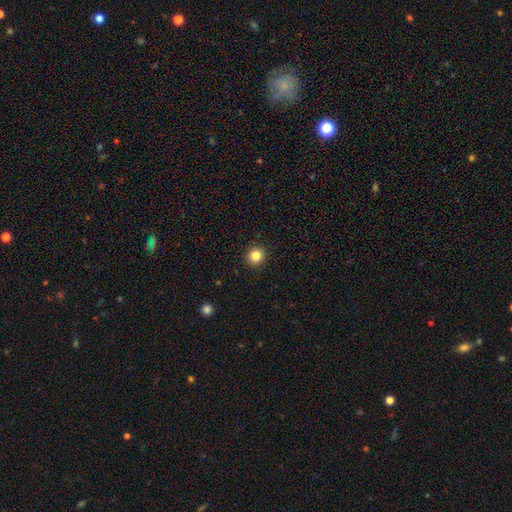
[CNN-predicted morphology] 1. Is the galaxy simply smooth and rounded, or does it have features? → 84% smooth, 11% star or artifact, 5% featured or disk.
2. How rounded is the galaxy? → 89% round, 10% in between, 1% cigar-shaped.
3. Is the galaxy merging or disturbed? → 92% none, 5% minor disturbance, 2% major disturbance, 1% merger.